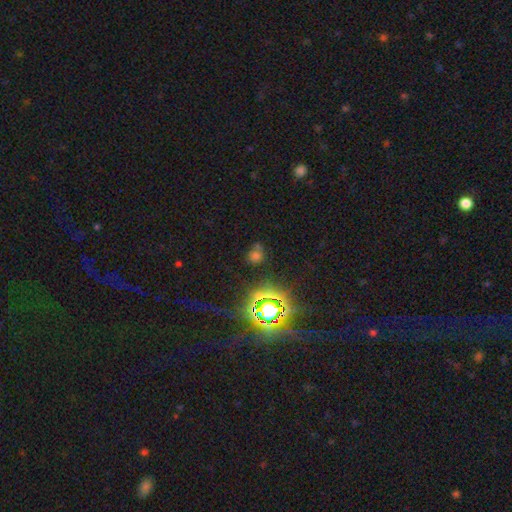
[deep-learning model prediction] A smooth galaxy with no disk features (50%). Merging: none (63%).